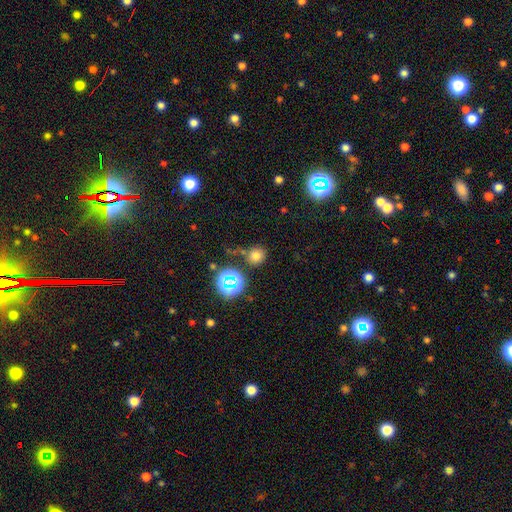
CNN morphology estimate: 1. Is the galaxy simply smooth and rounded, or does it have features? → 70% smooth, 23% star or artifact, 8% featured or disk.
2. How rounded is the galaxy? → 85% round, 14% in between, 1% cigar-shaped.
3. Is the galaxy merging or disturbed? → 72% none, 13% minor disturbance, 10% merger, 5% major disturbance.